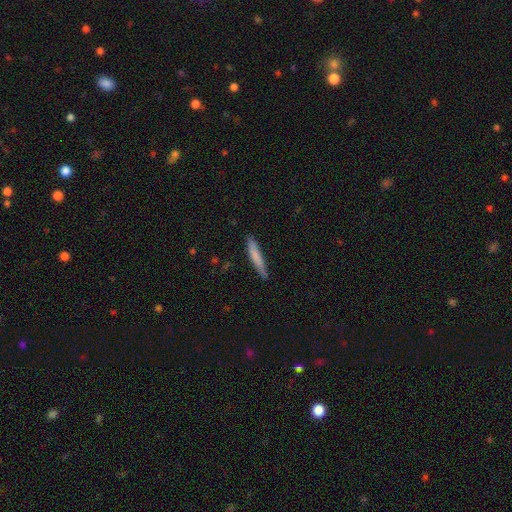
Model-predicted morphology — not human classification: Smooth or featured: smooth — 75% (featured or disk — 19%)
How rounded: cigar-shaped — 93% (in between — 6%)
Merging: none — 82% (minor disturbance — 14%)